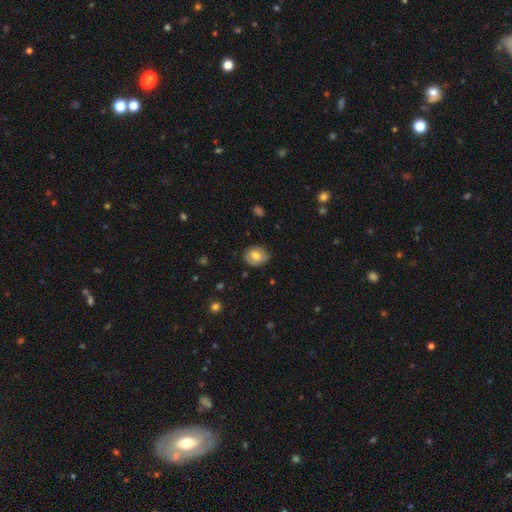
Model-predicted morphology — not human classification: smooth 67%, featured or disk 25%, star or artifact 8%. Down the decision tree: how rounded — round (52%); merging — none (76%).